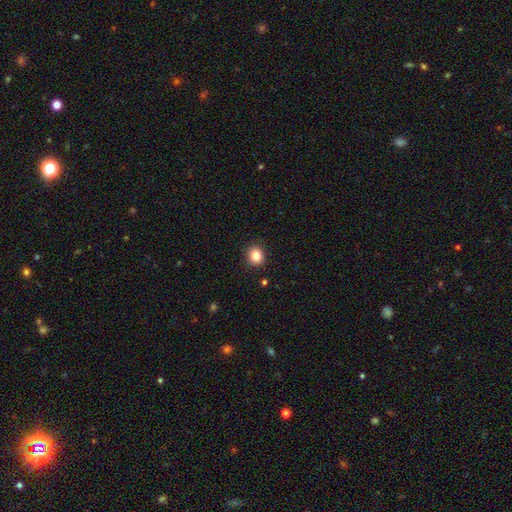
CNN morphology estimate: Smooth or featured? smooth (83%)
How rounded? round (82%)
Merging? none (91%)